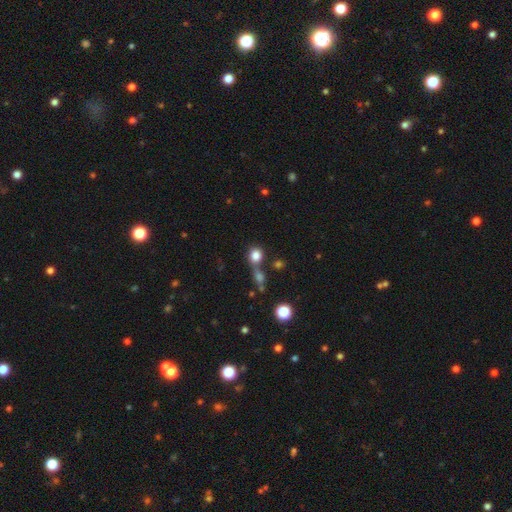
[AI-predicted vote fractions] The model was most divided on "merging": none: 51%, merger: 32%, minor disturbance: 11%, major disturbance: 6%. More confident: how rounded — round (83%); smooth or featured — smooth (81%).